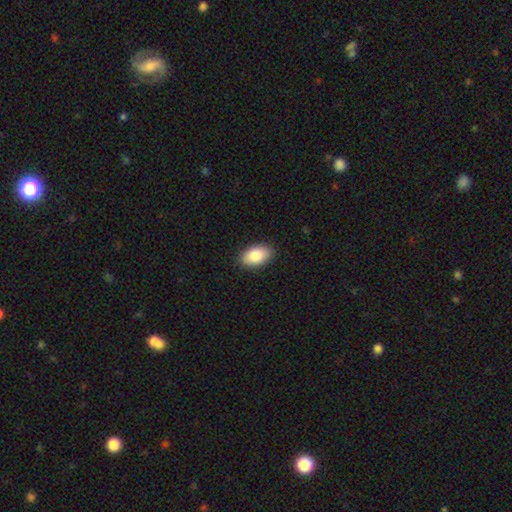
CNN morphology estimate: The model was most divided on "smooth or featured": smooth: 84%, featured or disk: 9%, star or artifact: 7%. More confident: how rounded — in between (93%); merging — none (89%).